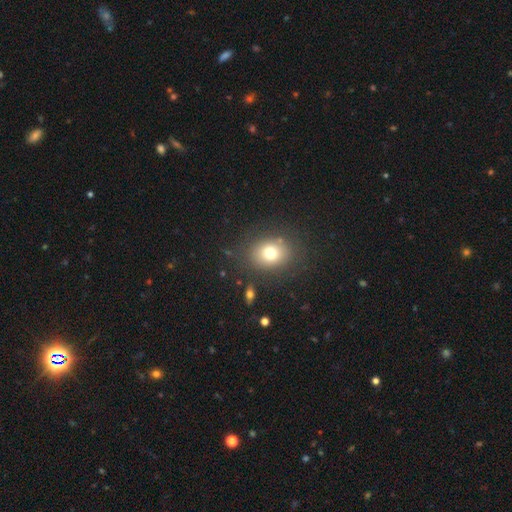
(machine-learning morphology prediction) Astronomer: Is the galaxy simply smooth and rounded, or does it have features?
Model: smooth — 64%.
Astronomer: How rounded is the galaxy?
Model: round — 64%.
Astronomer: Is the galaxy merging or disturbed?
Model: none — 89%.